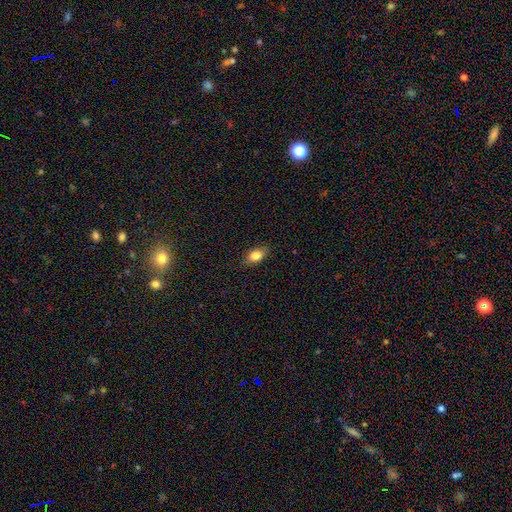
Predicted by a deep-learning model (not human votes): This appears to be a smooth galaxy with no disk features (83%) that is in between round and cigar-shaped (85%). Merging: none (86%).